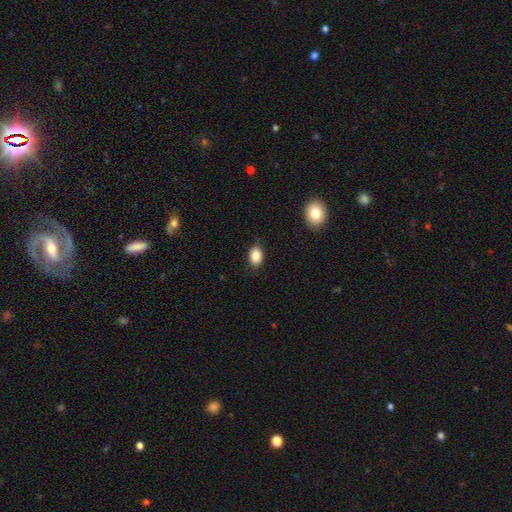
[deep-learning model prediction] This appears to be a smooth galaxy with no disk features (87%) that is in between round and cigar-shaped (81%). Merging: none (83%).